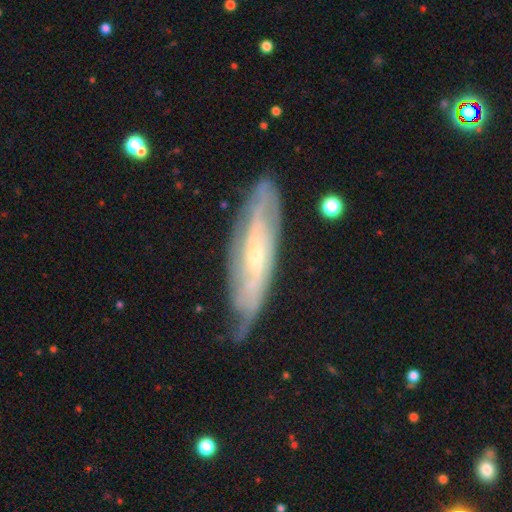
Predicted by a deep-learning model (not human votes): Smooth or featured: featured or disk — 79% (smooth — 15%)
Edge-on disk: no — 71% (yes — 29%)
Bar: no — 55% (weak — 33%)
Spiral arms: yes — 89% (no — 11%)
Spiral winding: tight — 56% (medium — 32%)
Spiral arm count: can't tell — 50% (2 — 29%)
Bulge size: small — 77% (moderate — 19%)
Merging: none — 72% (minor disturbance — 21%)